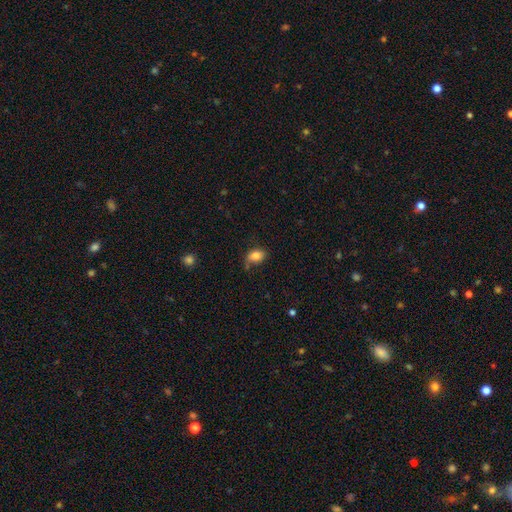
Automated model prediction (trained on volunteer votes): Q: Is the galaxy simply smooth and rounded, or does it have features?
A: smooth — 82%.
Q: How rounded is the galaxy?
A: in between — 78%.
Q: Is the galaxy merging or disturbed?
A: none — 60%.